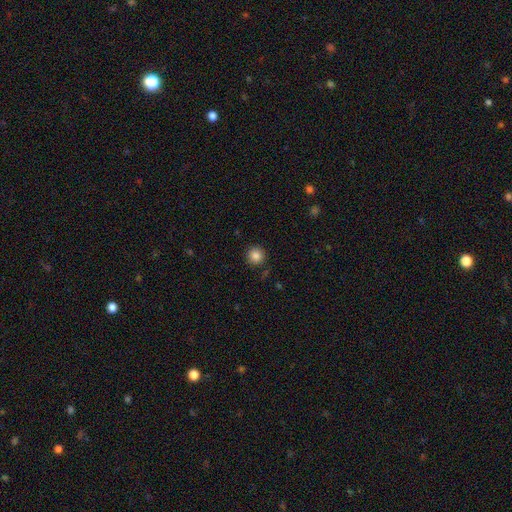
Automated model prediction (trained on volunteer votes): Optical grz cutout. It shows a smooth galaxy with no disk features (85%) that is round (95%). Merging: none (90%).